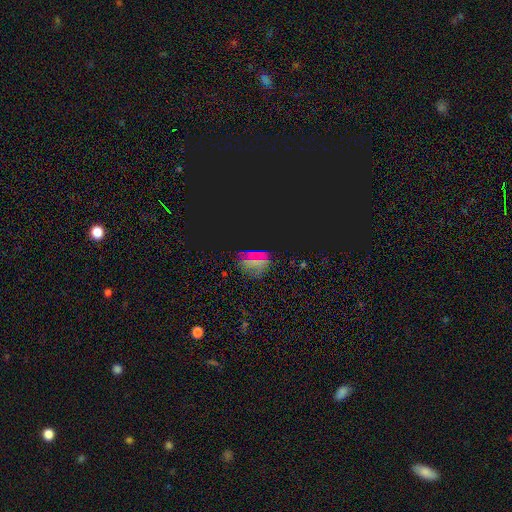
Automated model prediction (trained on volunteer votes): The model was most divided on "smooth or featured": star or artifact: 63%, smooth: 26%, featured or disk: 10%.